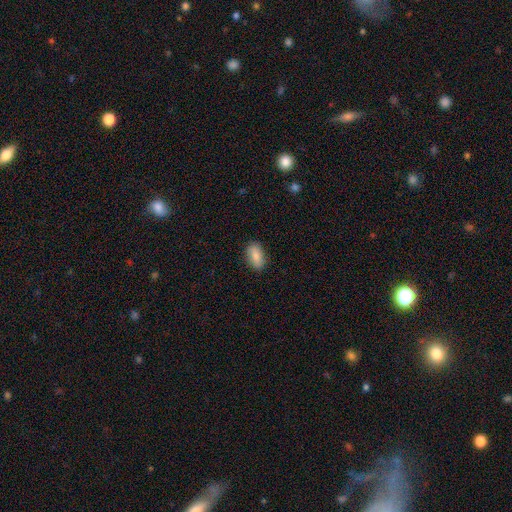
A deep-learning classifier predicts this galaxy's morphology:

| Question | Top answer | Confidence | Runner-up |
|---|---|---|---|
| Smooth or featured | smooth | 85% | featured or disk (9%) |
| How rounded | in between | 90% | cigar-shaped (5%) |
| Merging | none | 86% | minor disturbance (11%) |